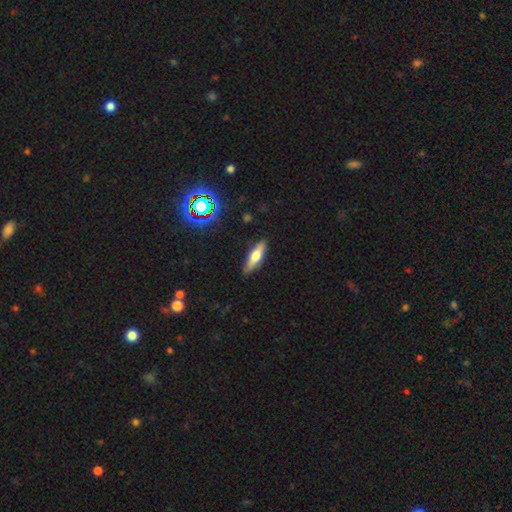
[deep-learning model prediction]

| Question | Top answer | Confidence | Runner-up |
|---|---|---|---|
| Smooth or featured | smooth | 50% | featured or disk (41%) |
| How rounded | cigar-shaped | 64% | in between (34%) |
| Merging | none | 88% | minor disturbance (9%) |